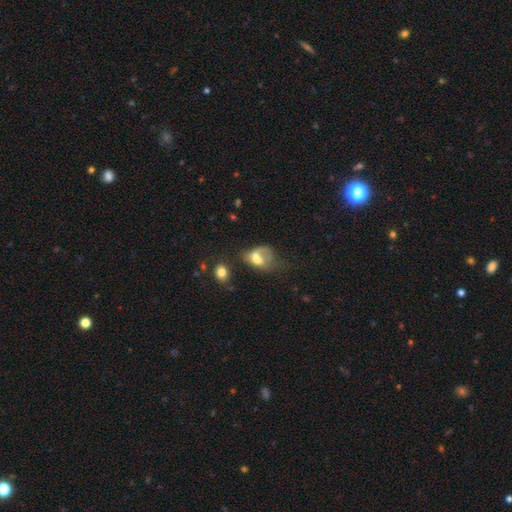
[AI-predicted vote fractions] Q: Smooth or featured?
A: smooth (56%); runner-up: featured or disk (32%)
Q: How rounded?
A: in between (73%); runner-up: round (25%)
Q: Merging?
A: major disturbance (39%); runner-up: merger (27%)